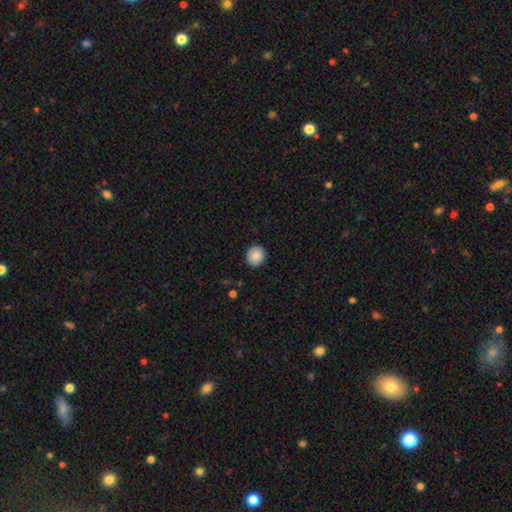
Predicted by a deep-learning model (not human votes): Smooth or featured? Predicted: smooth (p=0.85). How rounded? Predicted: round (p=0.89). Merging? Predicted: none (p=0.91).